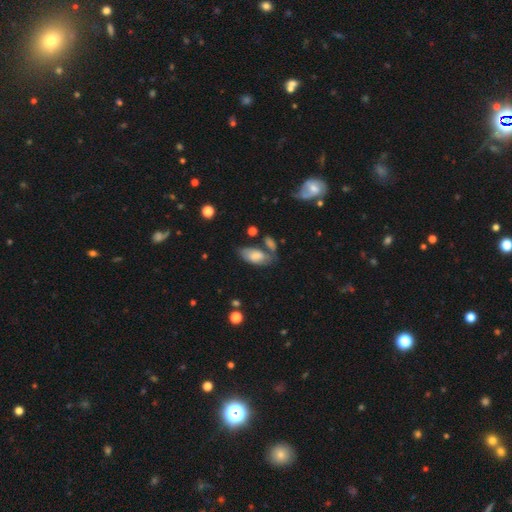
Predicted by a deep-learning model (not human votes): A smooth galaxy with no disk features (70%) that is in between round and cigar-shaped (92%).

Vote fractions:
- Smooth or featured? smooth: 70% / featured or disk: 22% / star or artifact: 7%
- How rounded? in between: 92% / cigar-shaped: 6% / round: 3%
- Merging? none: 45% / minor disturbance: 24% / merger: 19% / major disturbance: 12%